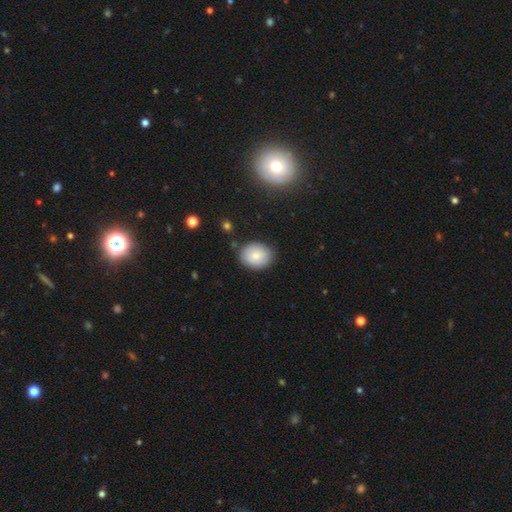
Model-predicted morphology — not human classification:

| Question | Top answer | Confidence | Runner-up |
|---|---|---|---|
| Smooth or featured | smooth | 78% | featured or disk (13%) |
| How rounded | in between | 51% | round (48%) |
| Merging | none | 83% | minor disturbance (12%) |